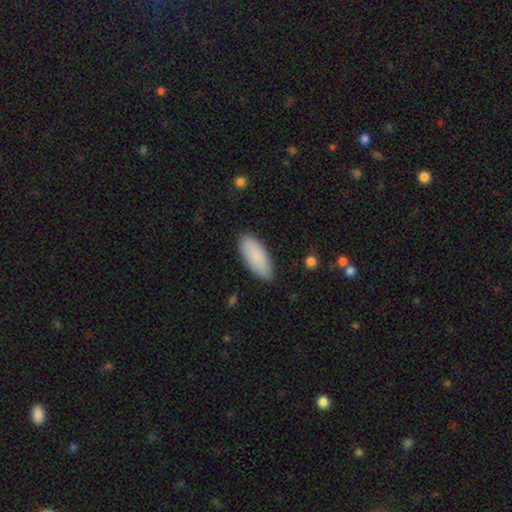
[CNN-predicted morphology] smooth-or-featured: smooth: 89% | featured or disk: 6% | star or artifact: 6%
  how-rounded: in between: 81% | cigar-shaped: 18% | round: 2%
  merging: none: 88% | minor disturbance: 9% | major disturbance: 2% | merger: 1%